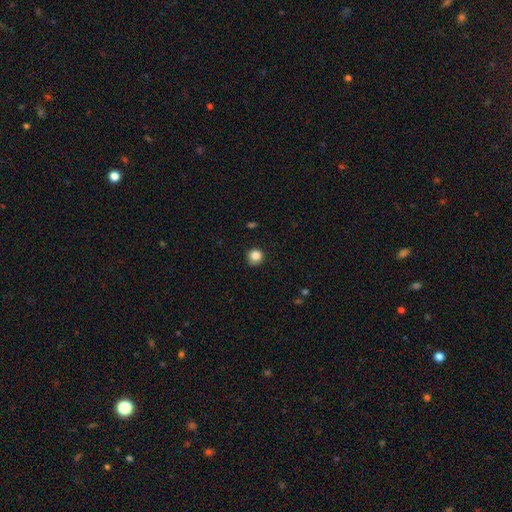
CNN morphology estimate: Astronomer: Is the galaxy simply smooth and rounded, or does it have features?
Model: smooth — 85%.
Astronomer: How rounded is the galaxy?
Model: round — 91%.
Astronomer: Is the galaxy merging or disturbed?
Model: none — 83%.